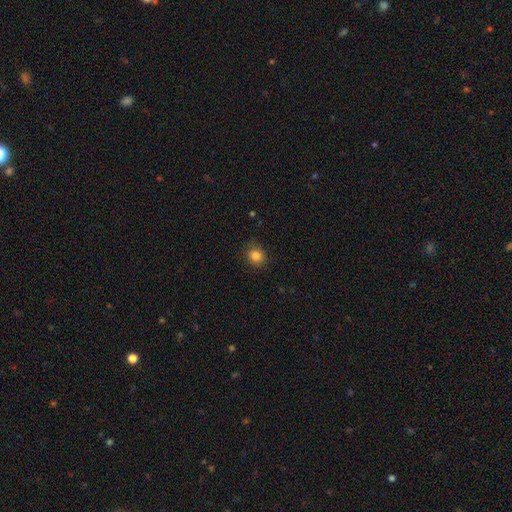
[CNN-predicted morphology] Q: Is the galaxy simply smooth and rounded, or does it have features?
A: smooth — 84%.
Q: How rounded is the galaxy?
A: round — 80%.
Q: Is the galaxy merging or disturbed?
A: none — 85%.